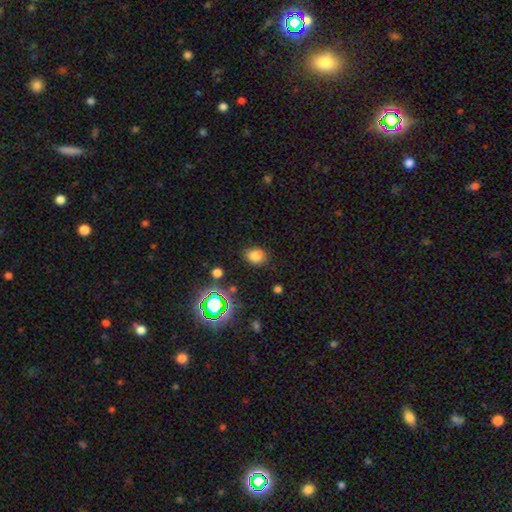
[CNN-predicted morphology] A smooth galaxy with no disk features (76%) that is in between round and cigar-shaped (55%). Merging: none (76%).